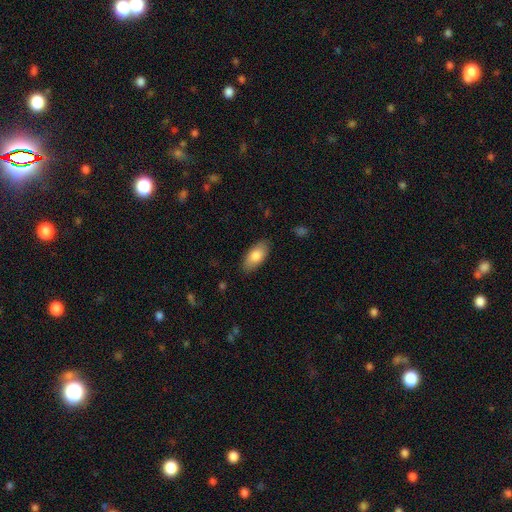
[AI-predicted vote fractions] smooth 82%, featured or disk 12%, star or artifact 6%. Down the decision tree: how rounded — in between (90%); merging — none (86%).